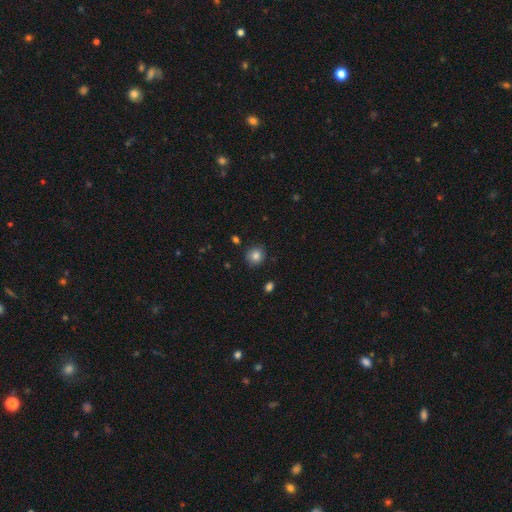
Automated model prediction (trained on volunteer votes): A smooth galaxy with no disk features (83%) that is round (87%). Merging: none (86%).